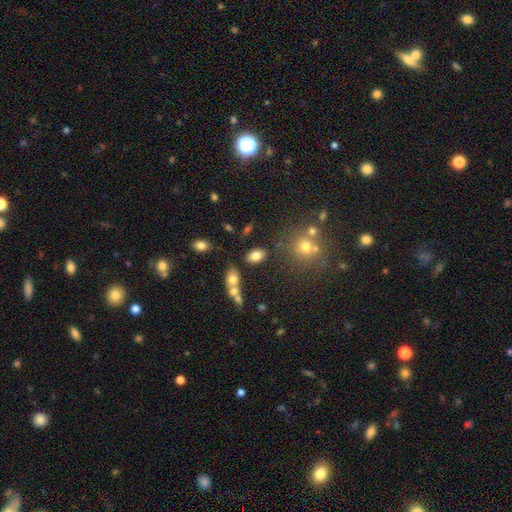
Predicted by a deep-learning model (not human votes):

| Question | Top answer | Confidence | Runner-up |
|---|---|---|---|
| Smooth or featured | smooth | 77% | featured or disk (12%) |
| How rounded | in between | 90% | round (8%) |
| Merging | none | 75% | minor disturbance (12%) |